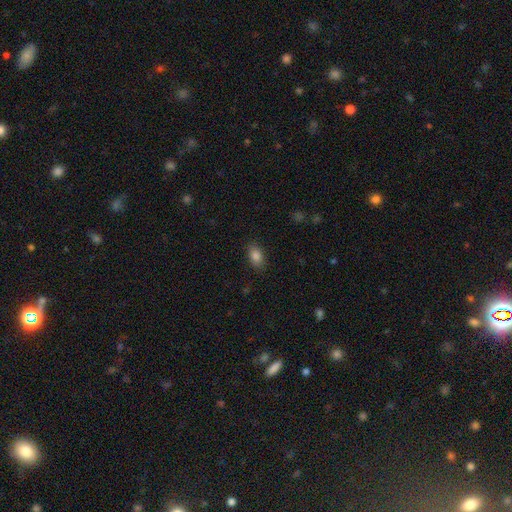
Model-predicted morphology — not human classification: This appears to be a smooth galaxy with no disk features (86%) that is in between round and cigar-shaped (89%). Merging: none (86%).